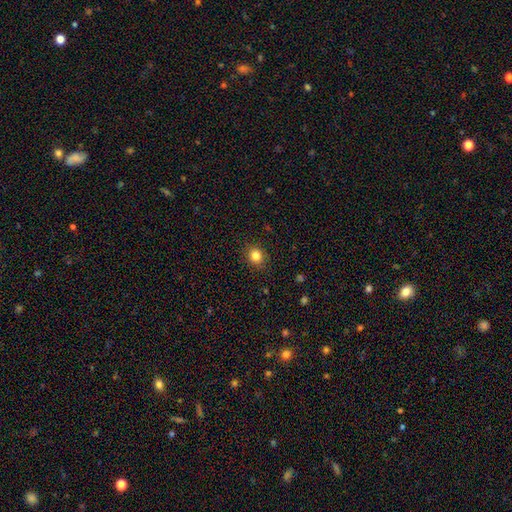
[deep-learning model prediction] smooth-or-featured: smooth: 83% | star or artifact: 12% | featured or disk: 5%
  how-rounded: round: 75% | in between: 24% | cigar-shaped: 1%
  merging: none: 89% | minor disturbance: 8% | major disturbance: 2% | merger: 1%